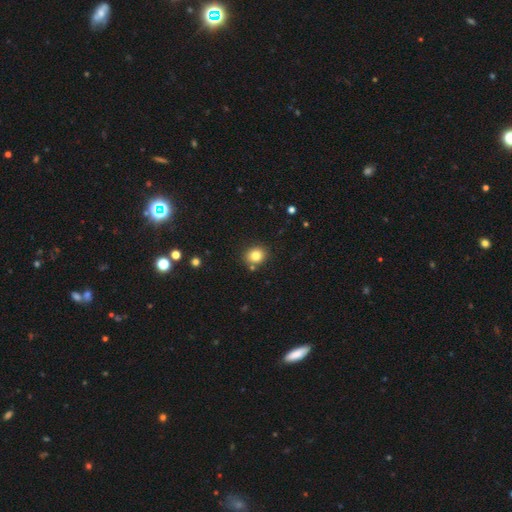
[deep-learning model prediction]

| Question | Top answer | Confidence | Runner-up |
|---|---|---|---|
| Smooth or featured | smooth | 81% | star or artifact (12%) |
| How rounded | round | 77% | in between (22%) |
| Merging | none | 83% | minor disturbance (9%) |